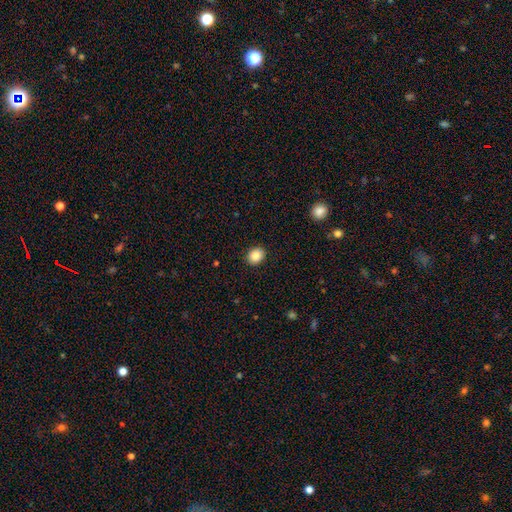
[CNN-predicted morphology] Smooth or featured?
  - smooth: 88% *
  - star or artifact: 9%
  - featured or disk: 4%
How rounded?
  - round: 57% *
  - in between: 42%
  - cigar-shaped: 1%
Merging?
  - none: 90% *
  - minor disturbance: 7%
  - major disturbance: 2%
  - merger: 1%